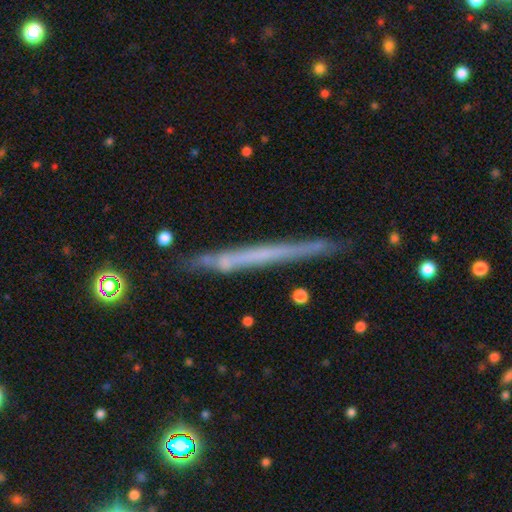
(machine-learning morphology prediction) A featured or disk galaxy (55%) viewed edge-on (95%) with no central bulge (93%). Merging: none (85%).